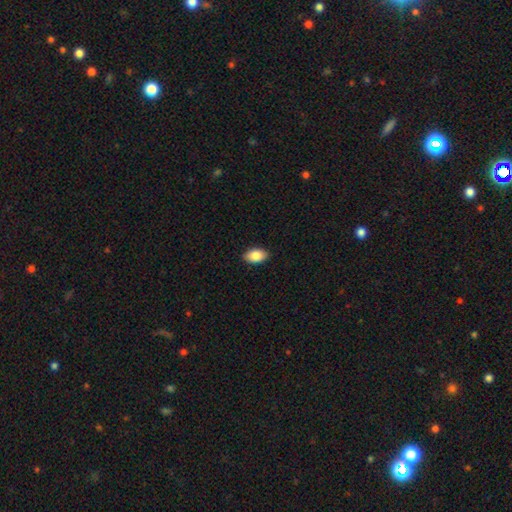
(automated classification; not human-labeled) This appears to be a smooth galaxy with no disk features (88%) that is in between round and cigar-shaped (92%). Merging: none (89%).